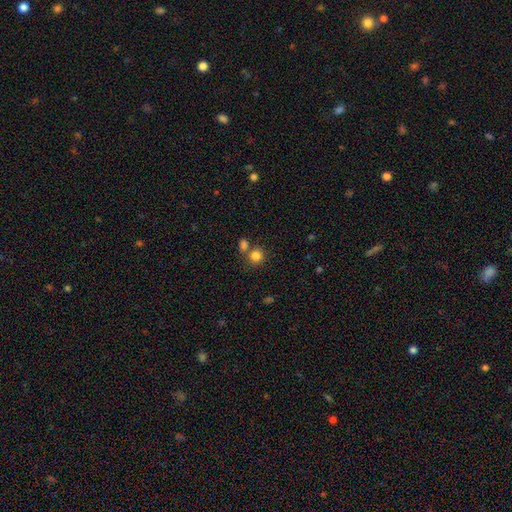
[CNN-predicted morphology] Smooth or featured? Predicted: smooth (p=0.82). How rounded? Predicted: round (p=0.89). Merging? Predicted: none (p=0.66).